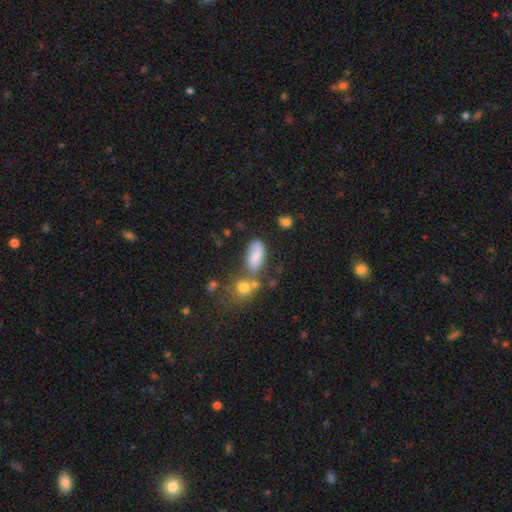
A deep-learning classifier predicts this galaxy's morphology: Q: Smooth or featured?
A: smooth (77%); runner-up: featured or disk (13%)
Q: How rounded?
A: in between (87%); runner-up: cigar-shaped (7%)
Q: Merging?
A: none (52%); runner-up: minor disturbance (20%)